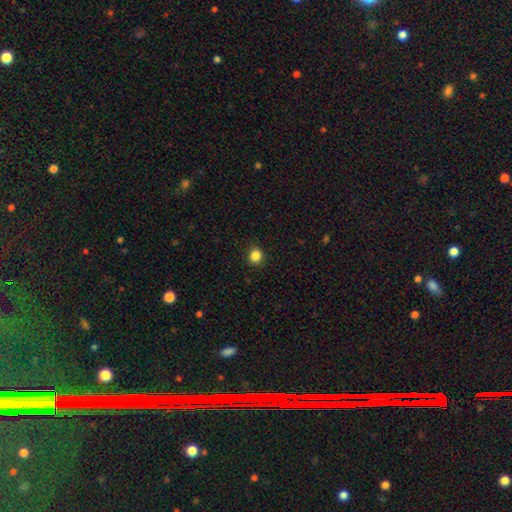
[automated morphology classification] Q: Smooth or featured?
A: smooth (86%); runner-up: star or artifact (11%)
Q: How rounded?
A: round (82%); runner-up: in between (17%)
Q: Merging?
A: none (90%); runner-up: minor disturbance (7%)